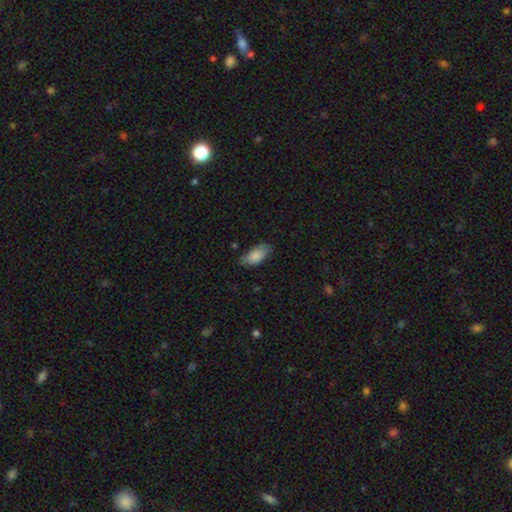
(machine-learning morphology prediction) Smooth or featured? smooth (83%)
How rounded? in between (91%)
Merging? none (71%)